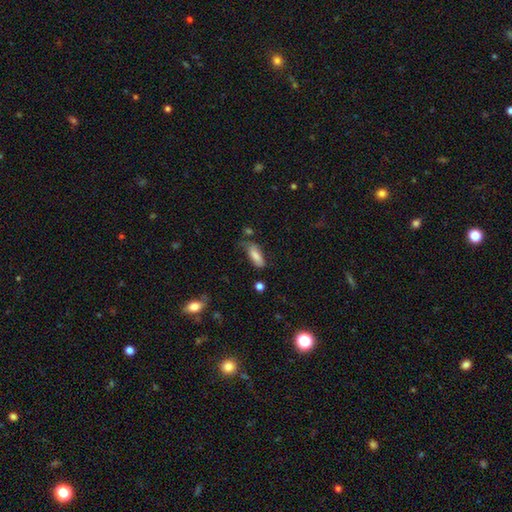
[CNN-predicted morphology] Smooth or featured?
  - smooth: 82% *
  - featured or disk: 11%
  - star or artifact: 7%
How rounded?
  - in between: 72% *
  - cigar-shaped: 26%
  - round: 2%
Merging?
  - none: 46% *
  - minor disturbance: 35%
  - major disturbance: 14%
  - merger: 5%